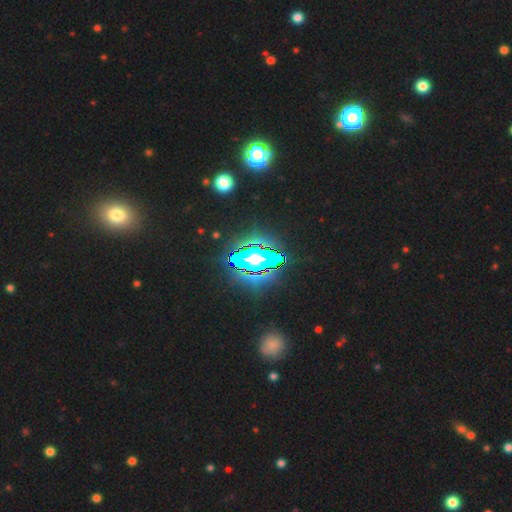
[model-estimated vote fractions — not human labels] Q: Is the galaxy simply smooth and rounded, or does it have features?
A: star or artifact — 77%.